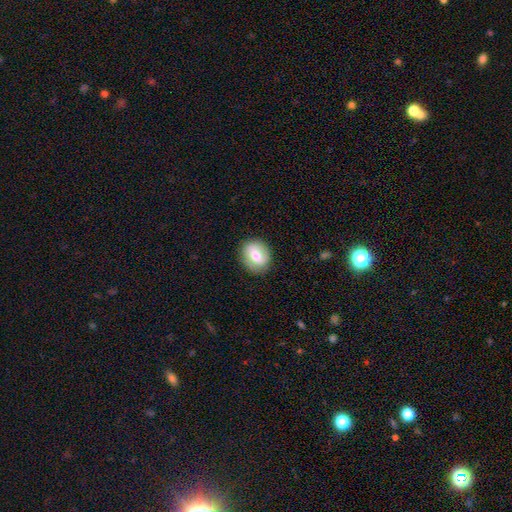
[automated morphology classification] type=smooth (59%); roundness=round (65%); merging=none (86%).